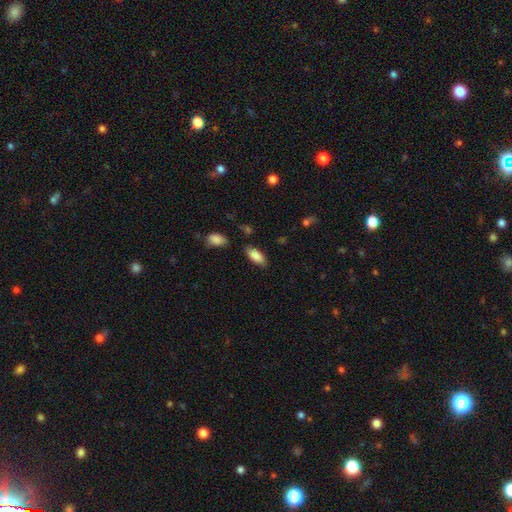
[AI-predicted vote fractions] Smooth or featured: smooth — 85% (featured or disk — 9%)
How rounded: in between — 84% (cigar-shaped — 15%)
Merging: none — 83% (minor disturbance — 12%)